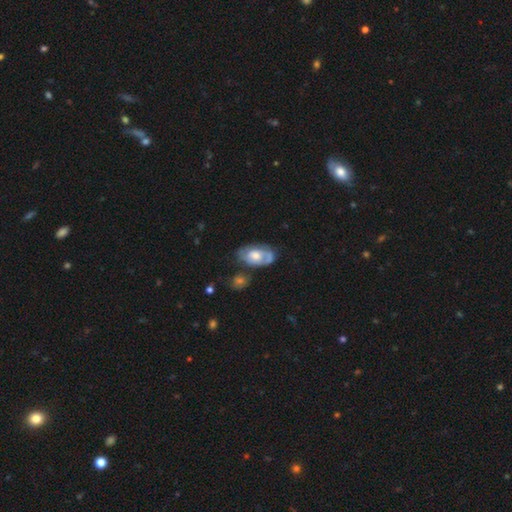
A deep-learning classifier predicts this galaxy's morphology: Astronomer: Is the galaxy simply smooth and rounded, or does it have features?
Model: featured or disk — 57% (runner-up: smooth, 37%).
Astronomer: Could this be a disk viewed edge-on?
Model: no — 94%.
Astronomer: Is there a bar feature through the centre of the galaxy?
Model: no — 79%.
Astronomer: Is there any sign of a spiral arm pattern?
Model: yes — 63%.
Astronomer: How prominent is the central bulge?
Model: moderate — 63%.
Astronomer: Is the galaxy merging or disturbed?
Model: none — 52%.